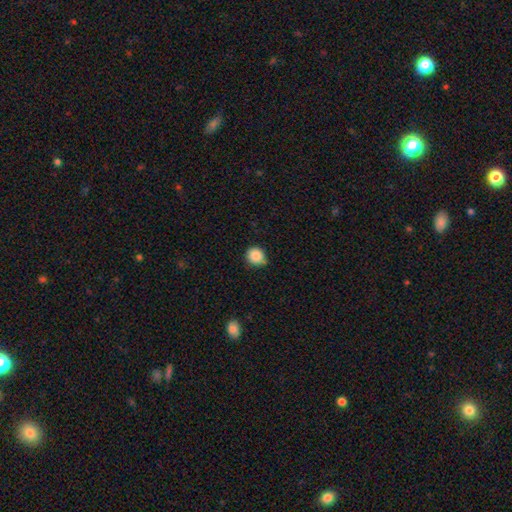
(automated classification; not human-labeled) Smooth or featured? Predicted: smooth (p=0.87). How rounded? Predicted: round (p=0.86). Merging? Predicted: none (p=0.71).